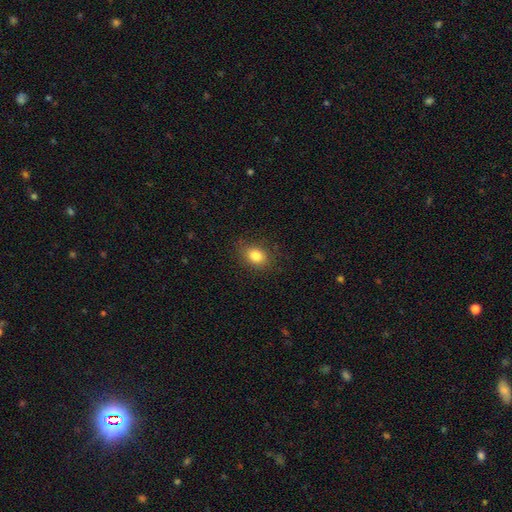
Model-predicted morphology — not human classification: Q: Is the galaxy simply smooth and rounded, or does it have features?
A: smooth — 83%.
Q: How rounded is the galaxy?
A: in between — 66%.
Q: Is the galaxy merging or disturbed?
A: none — 83%.